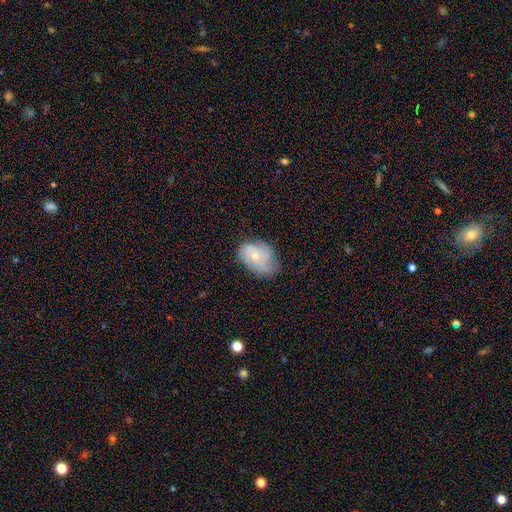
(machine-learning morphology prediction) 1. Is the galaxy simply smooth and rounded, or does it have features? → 53% featured or disk, 39% smooth, 8% star or artifact.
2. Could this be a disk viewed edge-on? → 96% no, 4% yes.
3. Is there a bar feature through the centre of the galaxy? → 82% no, 15% weak, 2% strong.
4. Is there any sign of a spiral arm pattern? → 75% yes, 25% no.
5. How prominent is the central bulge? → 55% small, 42% moderate, 1% large, 1% none, 1% dominant.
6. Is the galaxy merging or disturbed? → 55% none, 32% minor disturbance, 12% major disturbance, 1% merger.